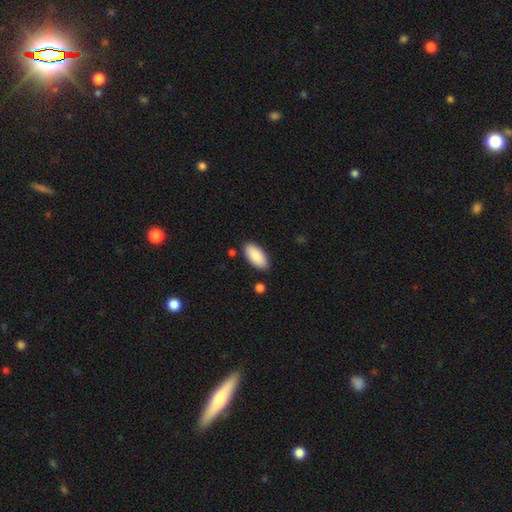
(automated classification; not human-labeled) smooth-or-featured: smooth: 87% | featured or disk: 7% | star or artifact: 6%
  how-rounded: in between: 93% | cigar-shaped: 5% | round: 2%
  merging: none: 85% | minor disturbance: 10% | merger: 3% | major disturbance: 2%